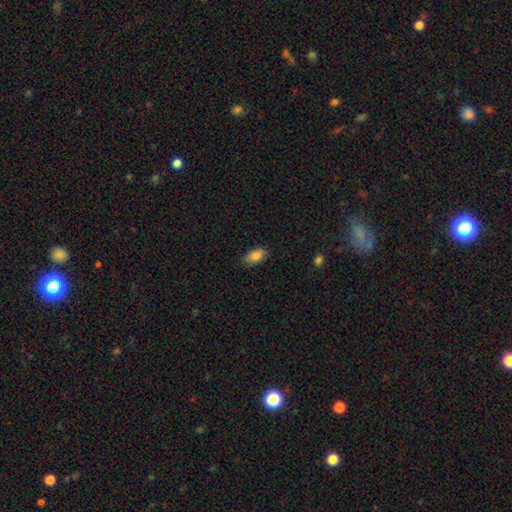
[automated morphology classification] A smooth galaxy with no disk features (85%) that is in between round and cigar-shaped (92%). Merging: none (84%).